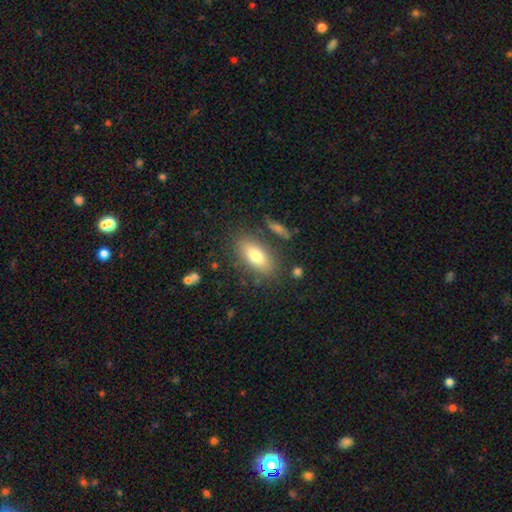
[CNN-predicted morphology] A smooth galaxy with no disk features (76%) that is in between round and cigar-shaped (84%).

Vote fractions:
- Smooth or featured? smooth: 76% / featured or disk: 17% / star or artifact: 8%
- How rounded? in between: 84% / cigar-shaped: 11% / round: 4%
- Merging? none: 80% / minor disturbance: 12% / major disturbance: 4% / merger: 4%